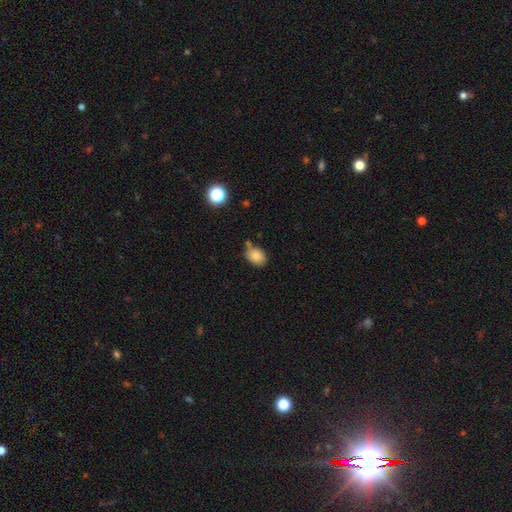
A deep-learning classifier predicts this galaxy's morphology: smooth_or_featured: smooth (p=0.83) [alt: star or artifact p=0.10]
how_rounded: in between (p=0.68) [alt: round p=0.31]
merging: none (p=0.67) [alt: minor disturbance p=0.18]